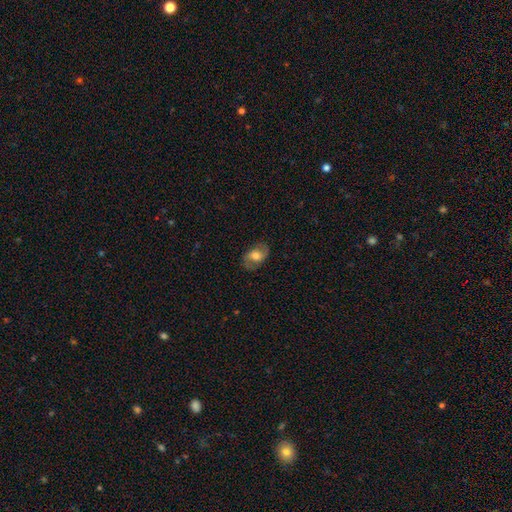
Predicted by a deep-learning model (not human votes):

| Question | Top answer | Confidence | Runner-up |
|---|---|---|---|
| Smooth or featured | featured or disk | 51% | smooth (41%) |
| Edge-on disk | no | 95% | yes (5%) |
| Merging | none | 78% | minor disturbance (15%) |